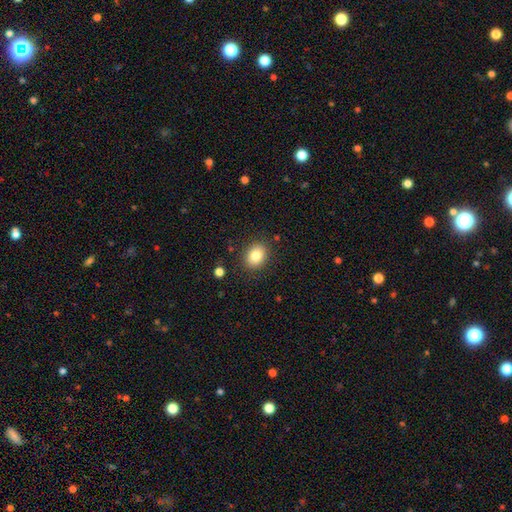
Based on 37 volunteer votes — This appears to be a smooth galaxy with no disk features (86%) that is round (53%). Merging: none (91%).